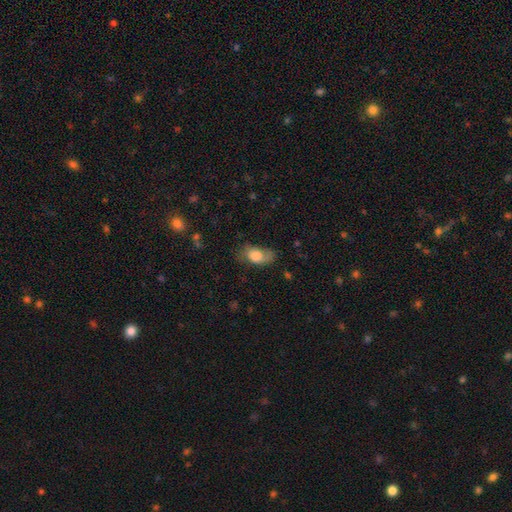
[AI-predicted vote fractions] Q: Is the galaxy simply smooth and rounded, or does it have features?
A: smooth — 74%.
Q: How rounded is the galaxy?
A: in between — 89%.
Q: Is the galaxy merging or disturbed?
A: none — 43%.